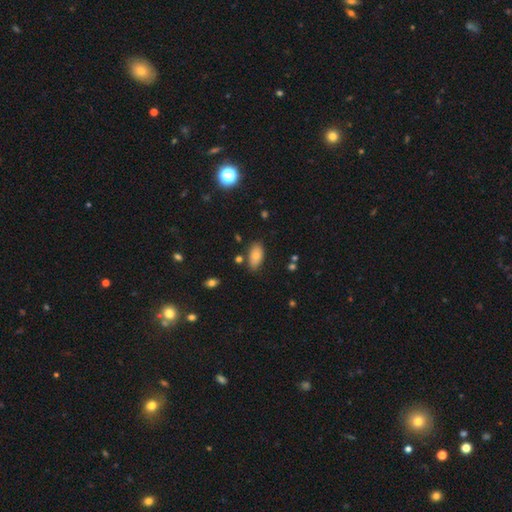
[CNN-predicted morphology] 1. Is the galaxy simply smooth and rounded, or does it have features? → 74% smooth, 16% featured or disk, 9% star or artifact.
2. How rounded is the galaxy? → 91% in between, 4% round, 4% cigar-shaped.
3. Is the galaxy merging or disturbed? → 79% none, 15% minor disturbance, 4% merger, 3% major disturbance.